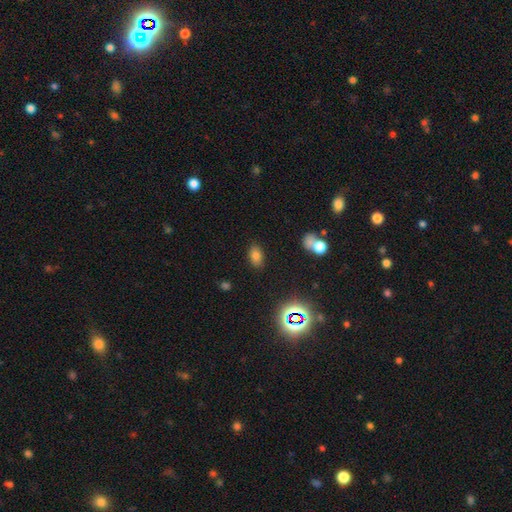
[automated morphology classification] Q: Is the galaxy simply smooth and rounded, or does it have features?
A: smooth — 73%.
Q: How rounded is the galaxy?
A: in between — 87%.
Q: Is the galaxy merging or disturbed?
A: none — 85%.